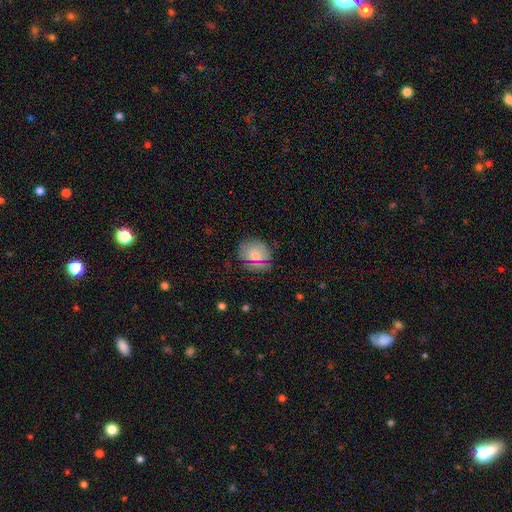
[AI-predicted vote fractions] Smooth or featured? Predicted: smooth (p=0.73). How rounded? Predicted: round (p=0.70). Merging? Predicted: none (p=0.78).